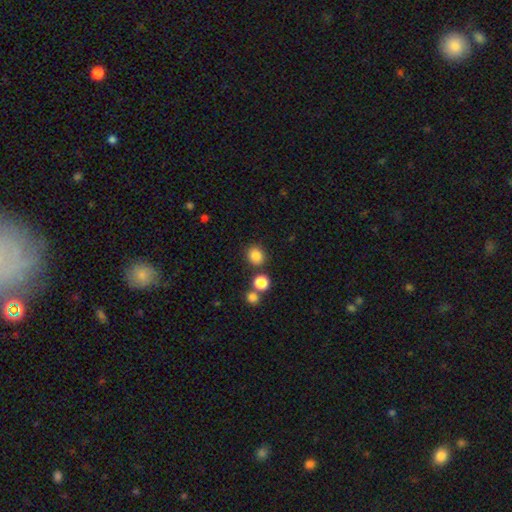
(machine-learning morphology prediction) A smooth galaxy with no disk features (84%) that is round (81%).

Vote fractions:
- Smooth or featured? smooth: 84% / star or artifact: 12% / featured or disk: 4%
- How rounded? round: 81% / in between: 18% / cigar-shaped: 1%
- Merging? none: 81% / minor disturbance: 8% / merger: 8% / major disturbance: 3%